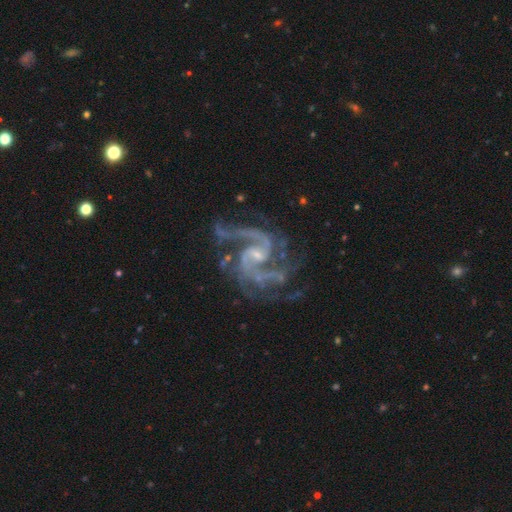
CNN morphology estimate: This is clearly a featured or disk galaxy (93%). It is clearly not viewed edge-on (98%). Bar: possibly weak (48%). Spiral arm pattern: clearly yes (98%). Spiral arm count: possibly 2 (54%). Spiral winding: likely medium (61%). Central bulge: likely small (70%). Merging: possibly none (59%).